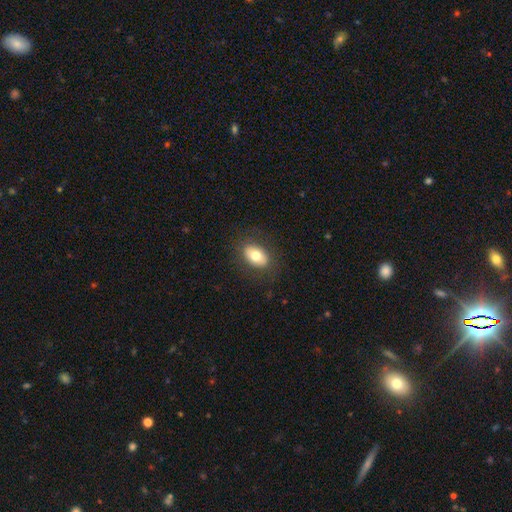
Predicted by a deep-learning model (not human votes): A smooth galaxy with no disk features (74%) that is in between round and cigar-shaped (86%). Merging: none (84%).